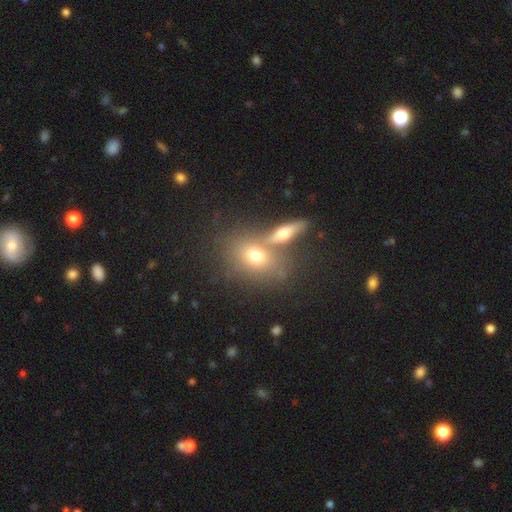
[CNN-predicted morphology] A smooth galaxy with no disk features (67%) that is in between round and cigar-shaped (56%). Merging: none (52%).